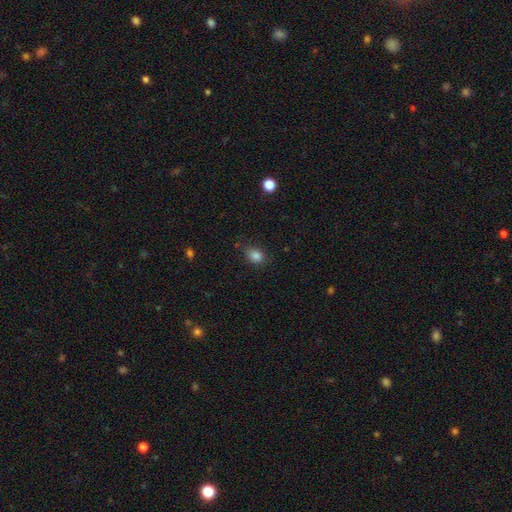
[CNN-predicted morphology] smooth_or_featured: smooth (p=0.84) [alt: star or artifact p=0.11]
how_rounded: in between (p=0.59) [alt: round p=0.40]
merging: none (p=0.73) [alt: minor disturbance p=0.20]